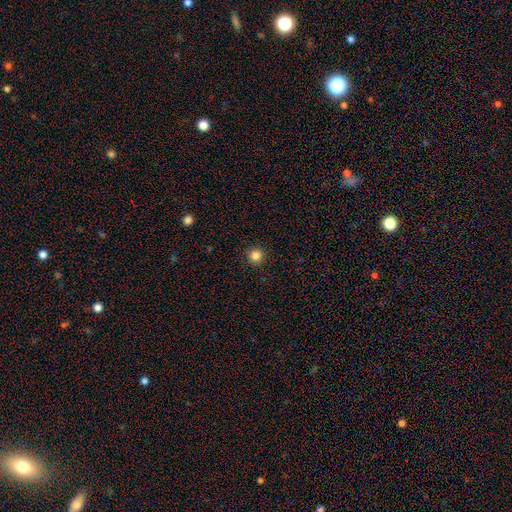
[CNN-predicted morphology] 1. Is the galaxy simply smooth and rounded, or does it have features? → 84% smooth, 12% star or artifact, 4% featured or disk.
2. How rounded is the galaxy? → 95% round, 4% in between, 1% cigar-shaped.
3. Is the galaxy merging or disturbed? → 92% none, 5% minor disturbance, 2% major disturbance, 1% merger.